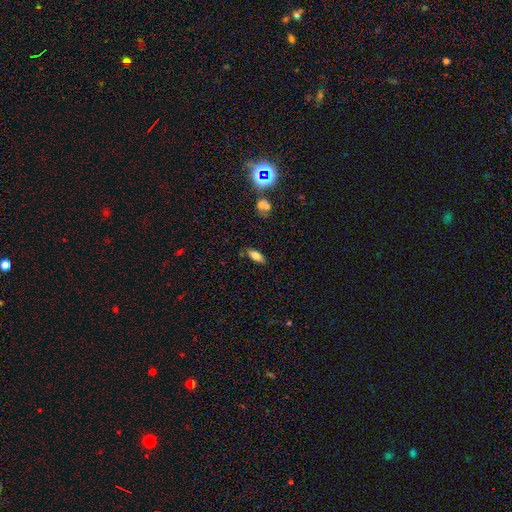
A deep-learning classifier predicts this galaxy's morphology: smooth_or_featured: smooth (p=0.74) [alt: featured or disk p=0.16]
how_rounded: in between (p=0.76) [alt: cigar-shaped p=0.21]
merging: none (p=0.81) [alt: minor disturbance p=0.13]